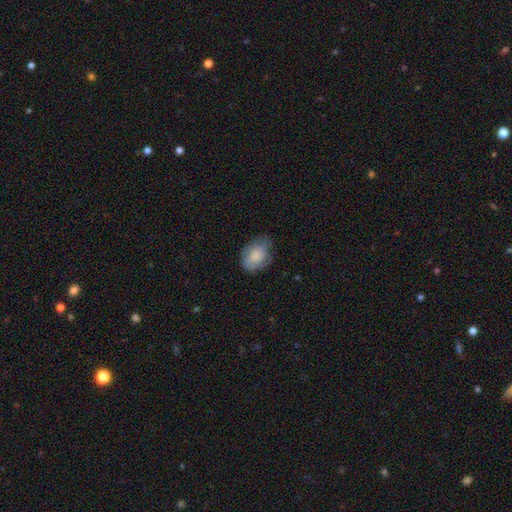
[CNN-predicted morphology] A smooth galaxy with no disk features (79%) that is in between round and cigar-shaped (77%). Merging: none (58%).